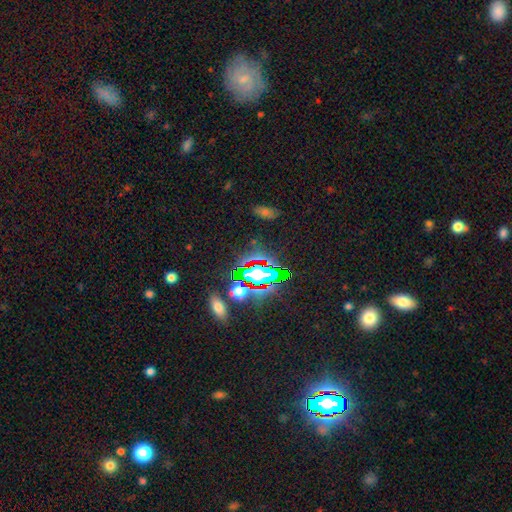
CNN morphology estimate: Smooth or featured: star or artifact — 75% (smooth — 15%)